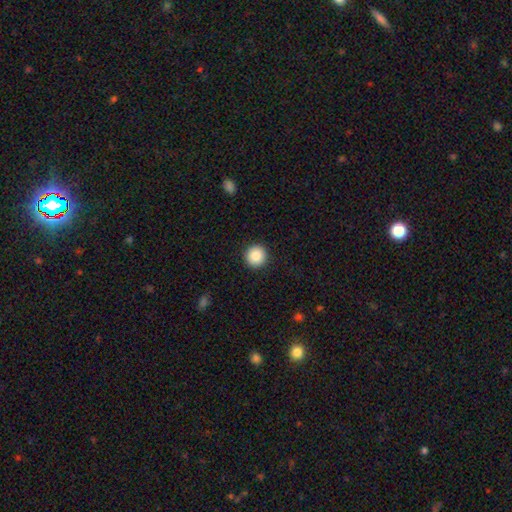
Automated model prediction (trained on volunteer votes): The model was most divided on "smooth or featured": smooth: 86%, star or artifact: 9%, featured or disk: 5%. More confident: how rounded — round (95%); merging — none (93%).